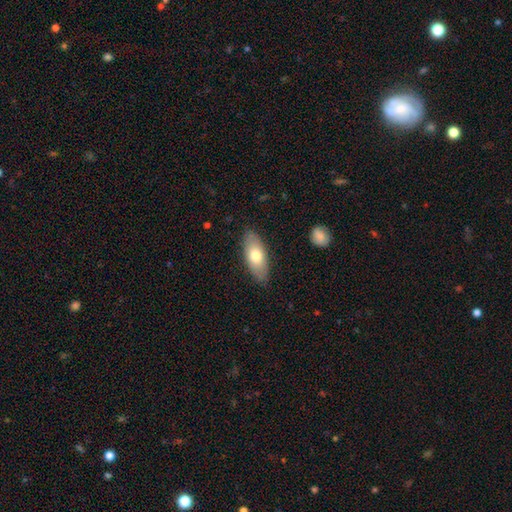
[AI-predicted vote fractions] smooth-or-featured: smooth: 68% | featured or disk: 26% | star or artifact: 6%
  how-rounded: in between: 84% | cigar-shaped: 13% | round: 3%
  merging: none: 85% | minor disturbance: 12% | major disturbance: 2% | merger: 1%